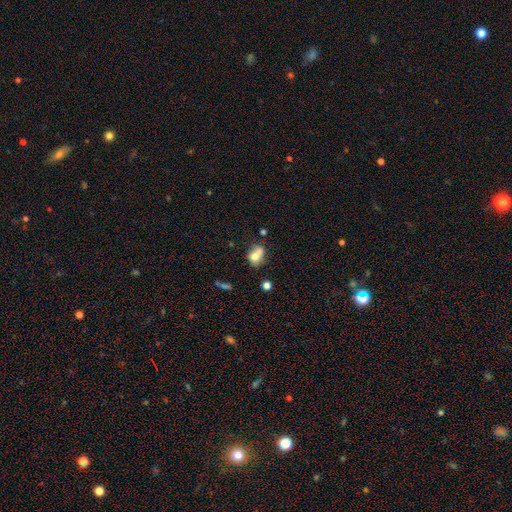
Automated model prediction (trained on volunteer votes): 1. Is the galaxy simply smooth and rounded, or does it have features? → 67% smooth, 21% featured or disk, 12% star or artifact.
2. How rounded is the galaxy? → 59% in between, 39% round, 2% cigar-shaped.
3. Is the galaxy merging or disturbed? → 43% merger, 29% none, 17% minor disturbance, 11% major disturbance.